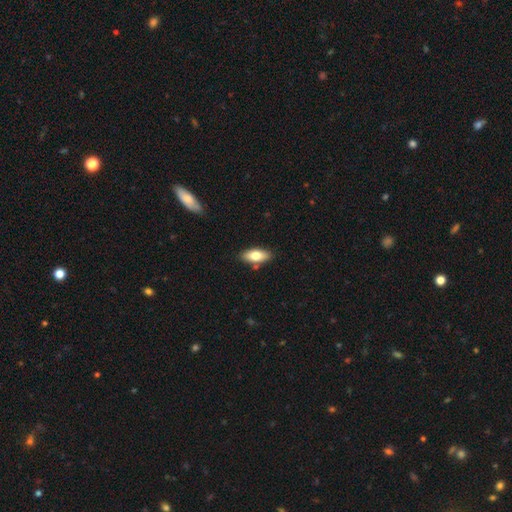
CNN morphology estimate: Smooth or featured: smooth — 74% (featured or disk — 20%)
How rounded: in between — 85% (cigar-shaped — 12%)
Merging: none — 83% (minor disturbance — 11%)